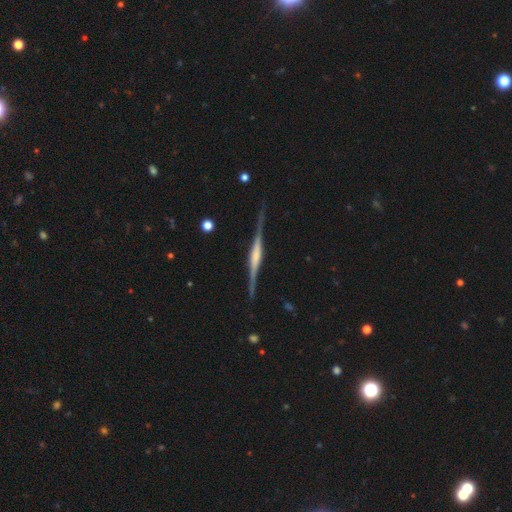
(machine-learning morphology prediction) Q: Smooth or featured?
A: featured or disk (84%); runner-up: smooth (11%)
Q: Edge-on disk?
A: yes (98%); runner-up: no (2%)
Q: Edge-on bulge?
A: rounded (46%); runner-up: boxy (44%)
Q: Merging?
A: none (86%); runner-up: minor disturbance (10%)